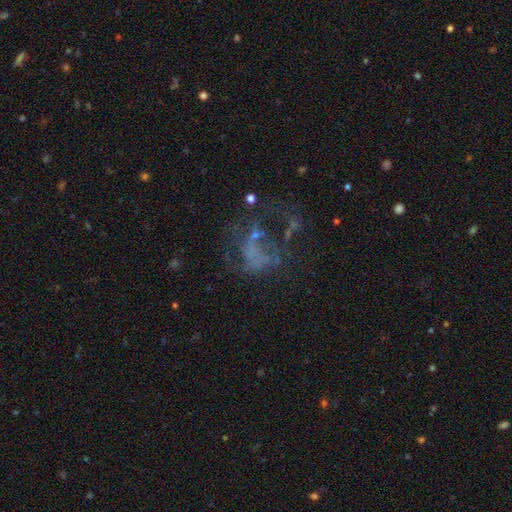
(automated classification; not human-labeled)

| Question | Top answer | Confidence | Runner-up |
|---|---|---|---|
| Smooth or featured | featured or disk | 46% | star or artifact (35%) |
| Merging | major disturbance | 42% | none (36%) |